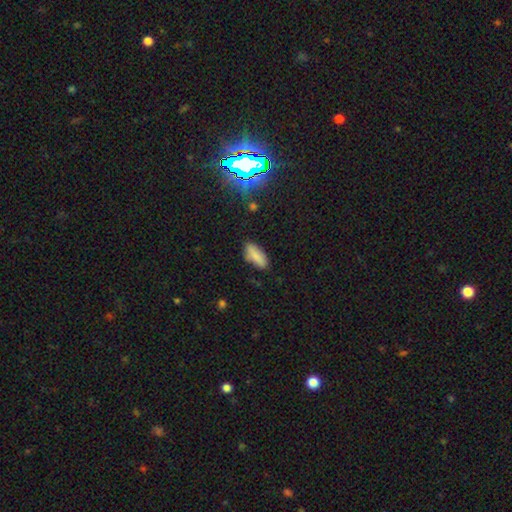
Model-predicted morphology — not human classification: A smooth galaxy with no disk features (81%) that is in between round and cigar-shaped (76%).

Vote fractions:
- Smooth or featured? smooth: 81% / featured or disk: 10% / star or artifact: 9%
- How rounded? in between: 76% / cigar-shaped: 22% / round: 2%
- Merging? none: 77% / minor disturbance: 17% / major disturbance: 3% / merger: 2%